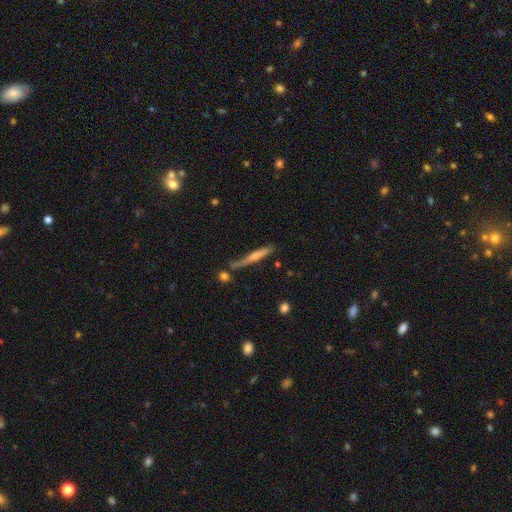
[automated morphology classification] A smooth galaxy with no disk features (52%) that is cigar-shaped (93%). Merging: none (65%).